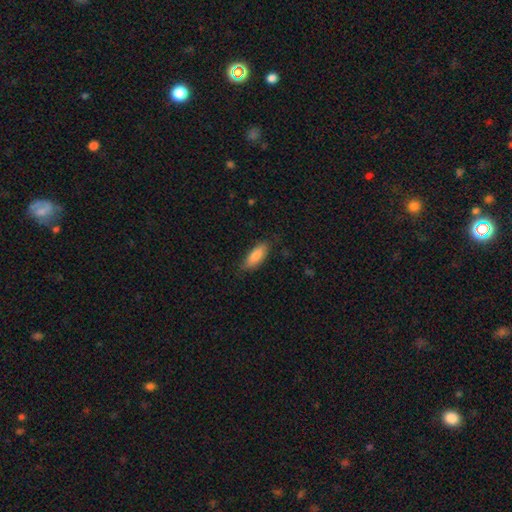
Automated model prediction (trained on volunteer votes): smooth-or-featured: smooth: 83% | featured or disk: 11% | star or artifact: 6%
  how-rounded: in between: 69% | cigar-shaped: 29% | round: 2%
  merging: none: 79% | minor disturbance: 17% | major disturbance: 3% | merger: 1%